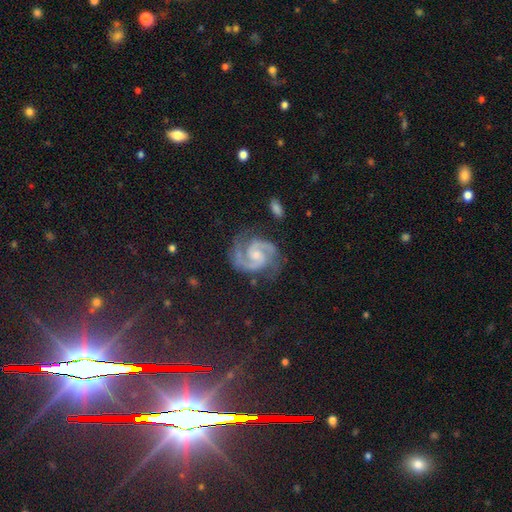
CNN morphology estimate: The model was most divided on "bar": no: 53%, weak: 38%, strong: 9%. More confident: spiral arms — yes (99%); edge-on disk — no (98%); spiral arm count — 2 (93%); smooth or featured — featured or disk (90%); merging — none (79%); spiral winding — medium (56%); bulge size — small (52%).